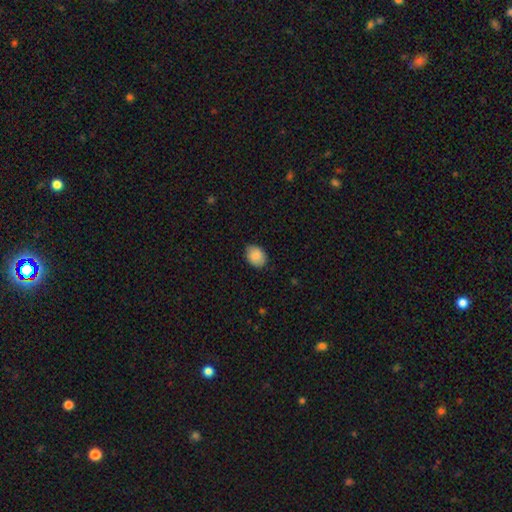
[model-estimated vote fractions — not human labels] Smooth or featured? Predicted: smooth (p=0.85). How rounded? Predicted: in between (p=0.66). Merging? Predicted: none (p=0.81).